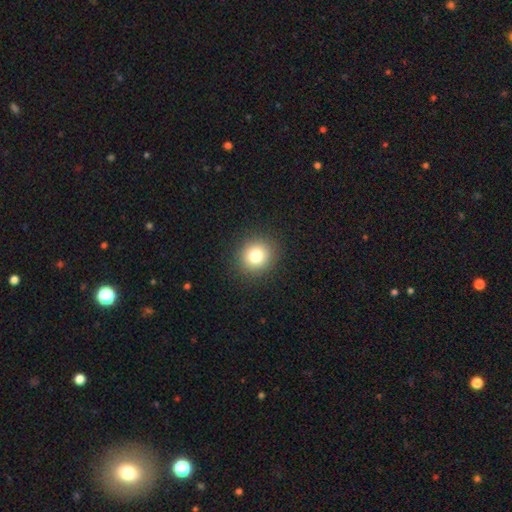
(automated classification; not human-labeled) Q: Smooth or featured?
A: smooth (80%); runner-up: star or artifact (12%)
Q: How rounded?
A: round (89%); runner-up: in between (11%)
Q: Merging?
A: none (91%); runner-up: minor disturbance (6%)